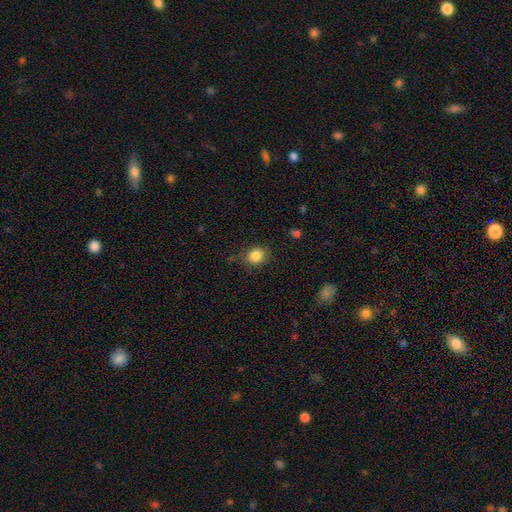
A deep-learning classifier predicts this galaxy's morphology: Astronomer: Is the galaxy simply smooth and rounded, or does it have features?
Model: smooth — 85%.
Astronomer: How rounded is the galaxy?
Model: round — 77%.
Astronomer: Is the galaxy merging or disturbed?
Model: none — 75%.